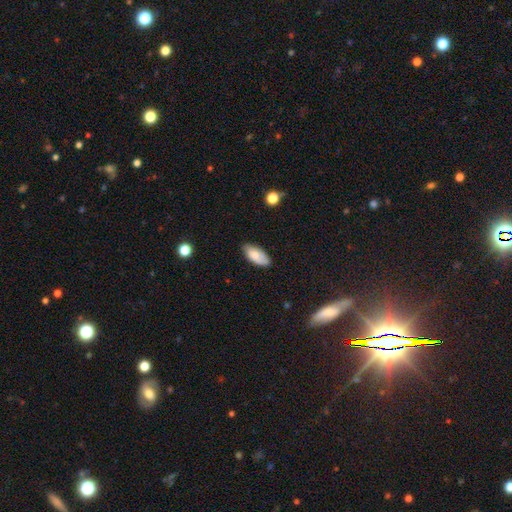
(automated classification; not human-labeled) Smooth or featured? Predicted: smooth (p=0.80). How rounded? Predicted: in between (p=0.91). Merging? Predicted: none (p=0.77).